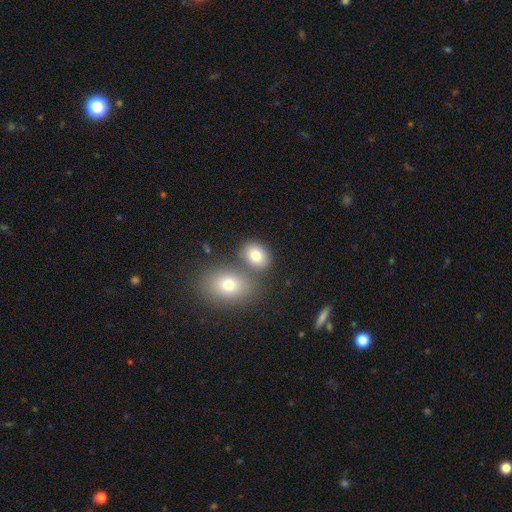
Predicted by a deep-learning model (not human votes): Overall: smooth (79%). How rounded: in between (60%; round 38%). Merging: none (60%; merger 25%).